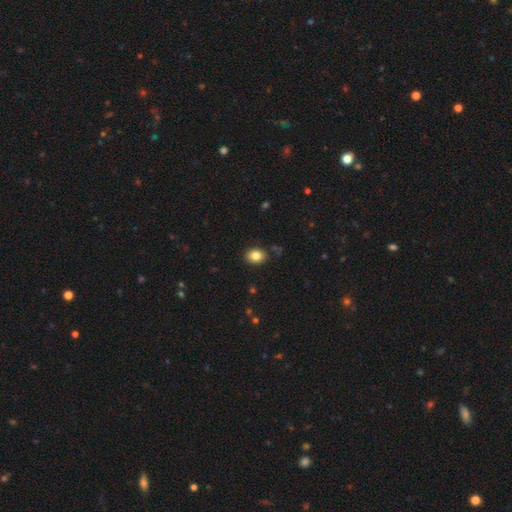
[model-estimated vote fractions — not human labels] This appears to be a smooth galaxy with no disk features (83%) that is in between round and cigar-shaped (59%). Merging: none (87%).